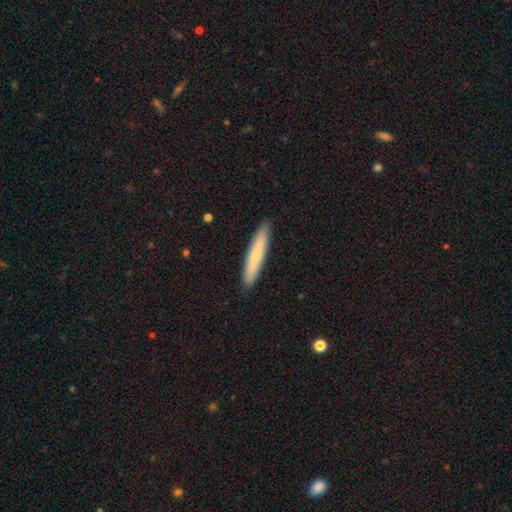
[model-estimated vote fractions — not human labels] This is likely a smooth galaxy (73%). How rounded: clearly cigar-shaped (92%). Merging: clearly none (91%).